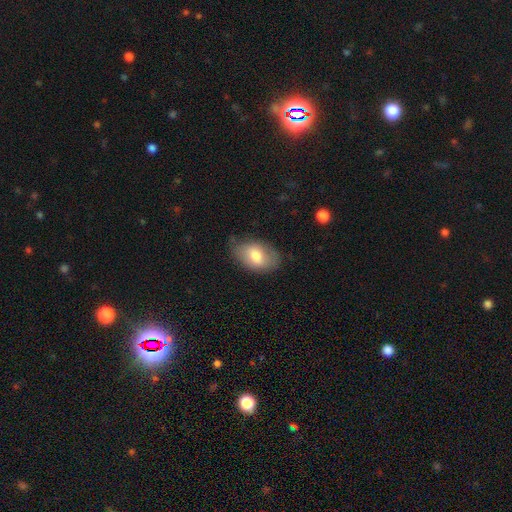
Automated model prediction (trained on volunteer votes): Smooth or featured?
  - smooth: 70% *
  - featured or disk: 23%
  - star or artifact: 7%
How rounded?
  - in between: 88% *
  - round: 11%
  - cigar-shaped: 1%
Merging?
  - none: 66% *
  - minor disturbance: 27%
  - major disturbance: 6%
  - merger: 1%